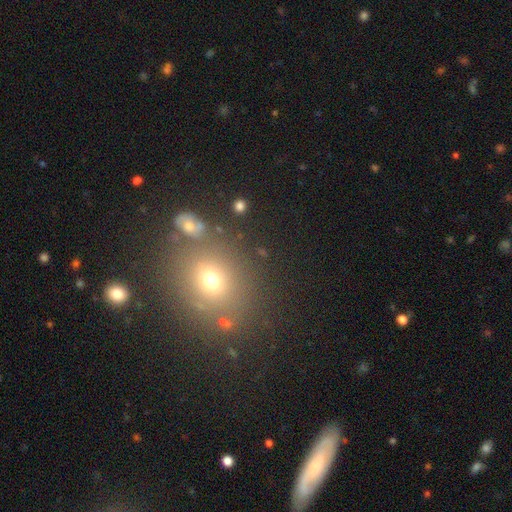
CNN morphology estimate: smooth_or_featured: smooth (p=0.59) [alt: star or artifact p=0.28]
how_rounded: round (p=0.73) [alt: in between p=0.25]
merging: none (p=0.75) [alt: minor disturbance p=0.10]